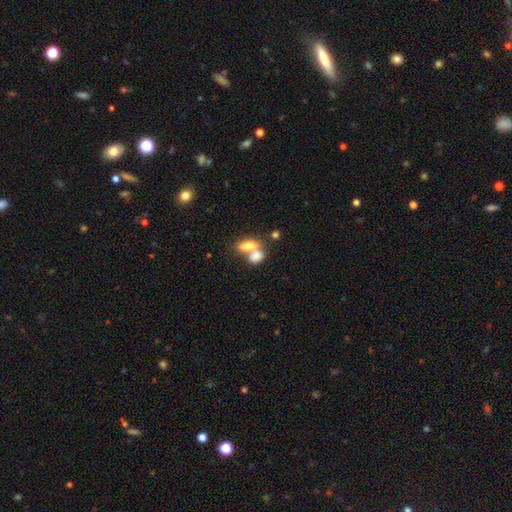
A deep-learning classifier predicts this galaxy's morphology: The model was most divided on "merging": merger: 64%, none: 24%, minor disturbance: 7%, major disturbance: 5%. More confident: how rounded — in between (78%); smooth or featured — smooth (75%).